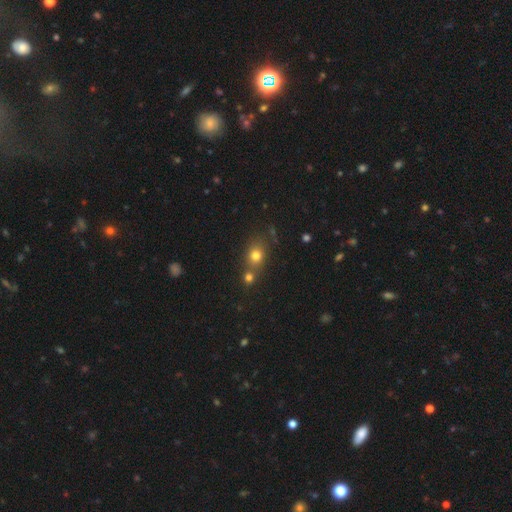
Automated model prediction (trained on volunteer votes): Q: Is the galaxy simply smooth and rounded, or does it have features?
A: smooth — 75%.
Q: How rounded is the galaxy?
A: round — 63%.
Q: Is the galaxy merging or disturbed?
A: none — 53%.